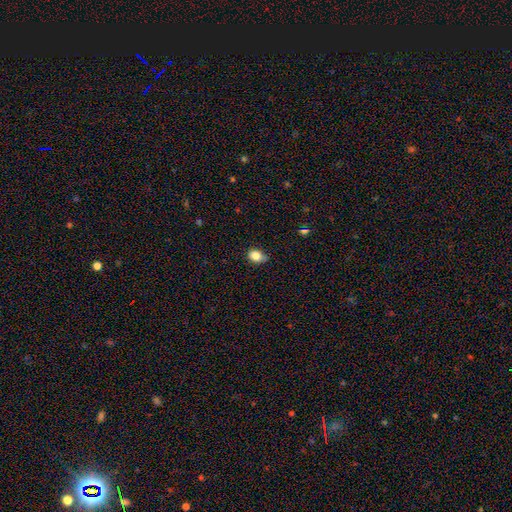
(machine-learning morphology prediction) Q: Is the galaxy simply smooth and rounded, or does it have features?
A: smooth — 84%.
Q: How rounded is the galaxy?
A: in between — 67%.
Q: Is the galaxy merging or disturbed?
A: none — 67%.